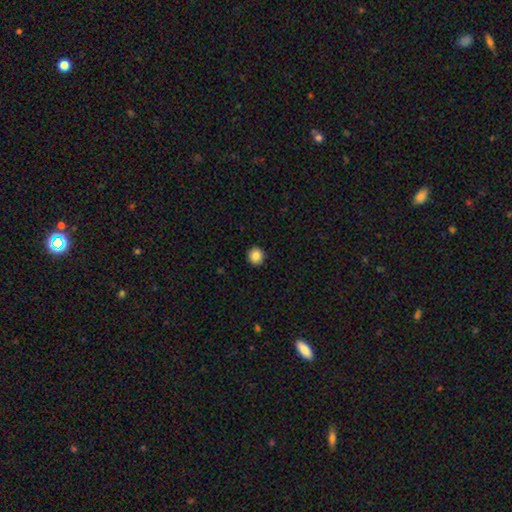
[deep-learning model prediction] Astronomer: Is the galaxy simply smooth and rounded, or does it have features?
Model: smooth — 86%.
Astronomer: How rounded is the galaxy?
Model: round — 93%.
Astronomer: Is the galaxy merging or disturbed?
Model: none — 93%.